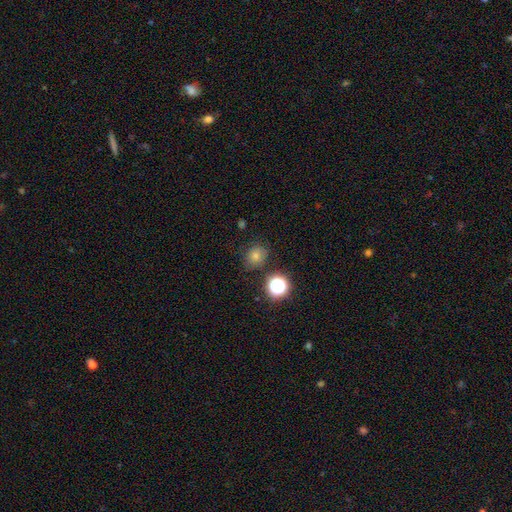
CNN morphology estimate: This appears to be a smooth galaxy with no disk features (63%) that is round (80%). Merging: none (82%).